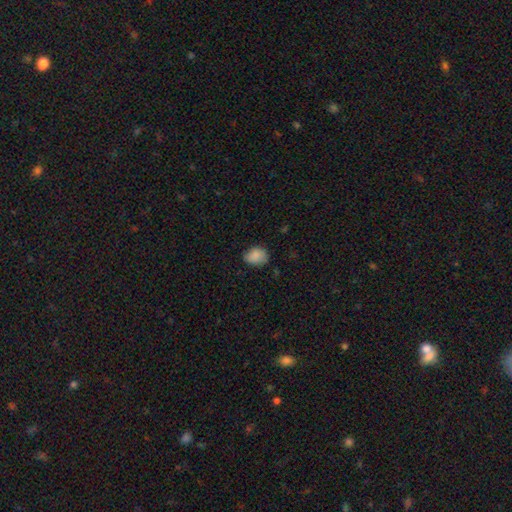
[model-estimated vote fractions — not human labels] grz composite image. It shows a smooth galaxy with no disk features (86%) that is in between round and cigar-shaped (54%). Merging: none (69%).